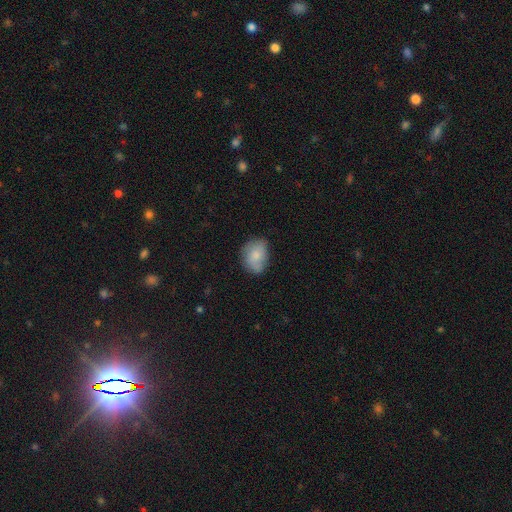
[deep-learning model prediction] Smooth or featured?
  - smooth: 78% *
  - featured or disk: 15%
  - star or artifact: 7%
How rounded?
  - in between: 68% *
  - round: 30%
  - cigar-shaped: 1%
Merging?
  - none: 63% *
  - minor disturbance: 28%
  - major disturbance: 7%
  - merger: 2%